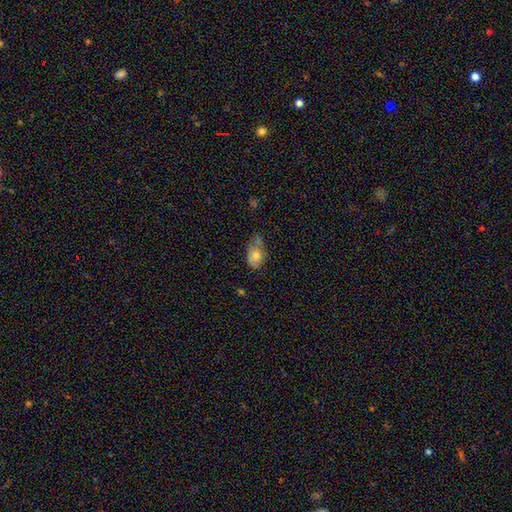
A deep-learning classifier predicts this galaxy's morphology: Overall: smooth (73%). How rounded: in between (76%). Merging: none (46%; minor disturbance 33%).